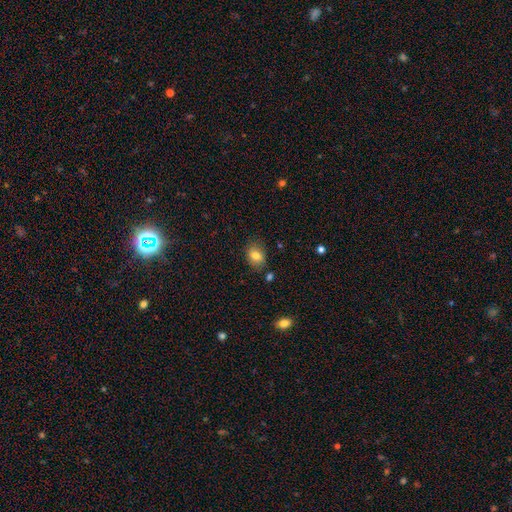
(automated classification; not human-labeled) smooth_or_featured: smooth (p=0.81) [alt: star or artifact p=0.10]
how_rounded: in between (p=0.65) [alt: round p=0.34]
merging: none (p=0.80) [alt: minor disturbance p=0.14]